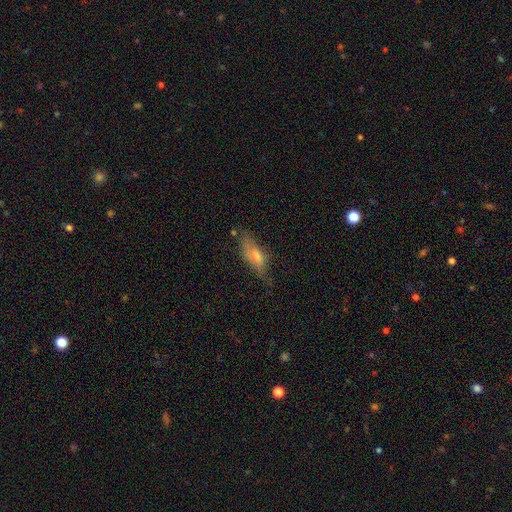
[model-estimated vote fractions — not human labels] smooth_or_featured: smooth (p=0.56) [alt: featured or disk p=0.33]
how_rounded: in between (p=0.56) [alt: cigar-shaped p=0.41]
merging: none (p=0.55) [alt: minor disturbance p=0.28]